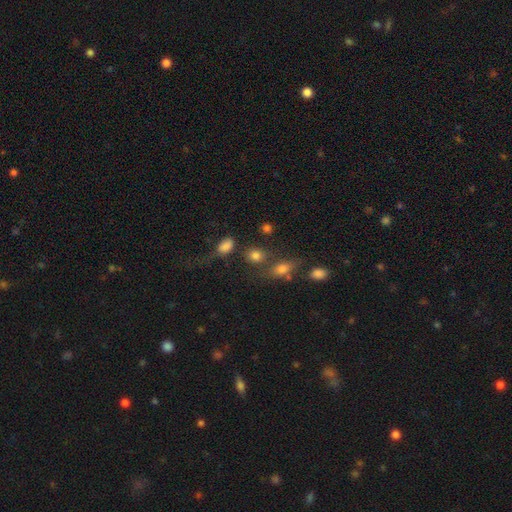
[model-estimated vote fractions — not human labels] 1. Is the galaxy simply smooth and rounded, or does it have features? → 80% smooth, 12% star or artifact, 8% featured or disk.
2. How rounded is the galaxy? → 53% round, 45% in between, 3% cigar-shaped.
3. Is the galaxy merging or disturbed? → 61% none, 16% merger, 15% minor disturbance, 8% major disturbance.